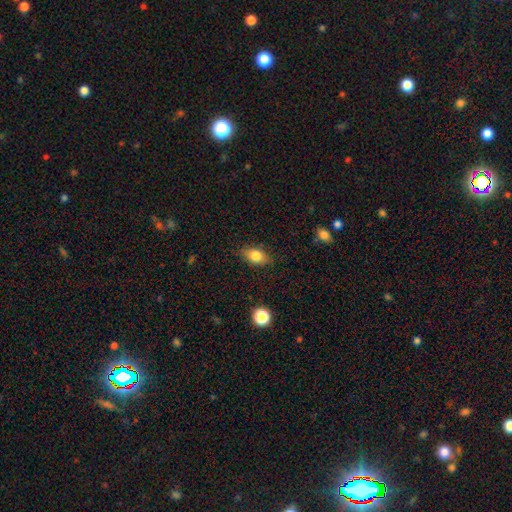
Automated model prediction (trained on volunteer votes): Smooth or featured?
  - smooth: 81% *
  - featured or disk: 11%
  - star or artifact: 9%
How rounded?
  - in between: 83% *
  - round: 13%
  - cigar-shaped: 4%
Merging?
  - none: 84% *
  - minor disturbance: 12%
  - major disturbance: 3%
  - merger: 1%